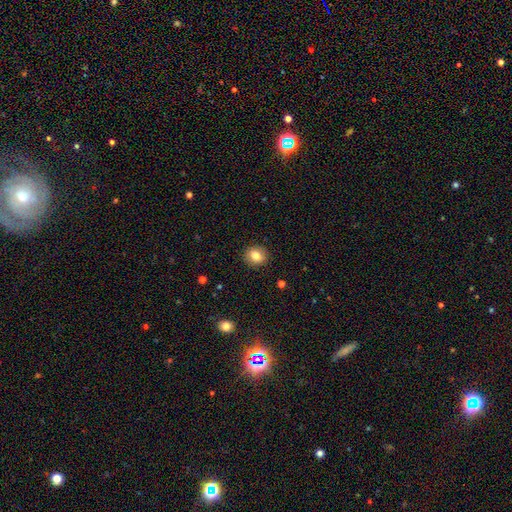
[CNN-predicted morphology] type=smooth (81%); roundness=round (79%); merging=none (91%).